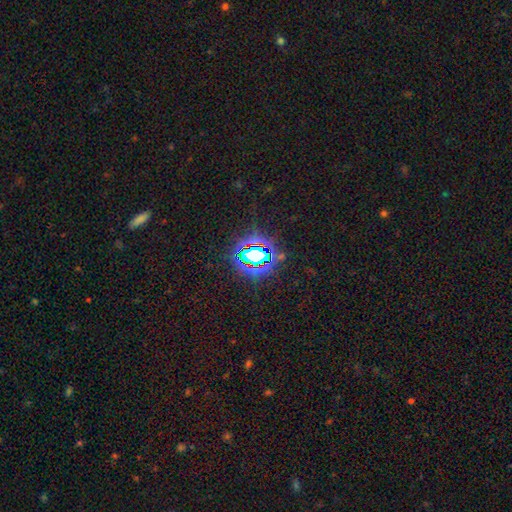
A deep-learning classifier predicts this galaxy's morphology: The model was most divided on "smooth or featured": star or artifact: 73%, smooth: 15%, featured or disk: 11%.